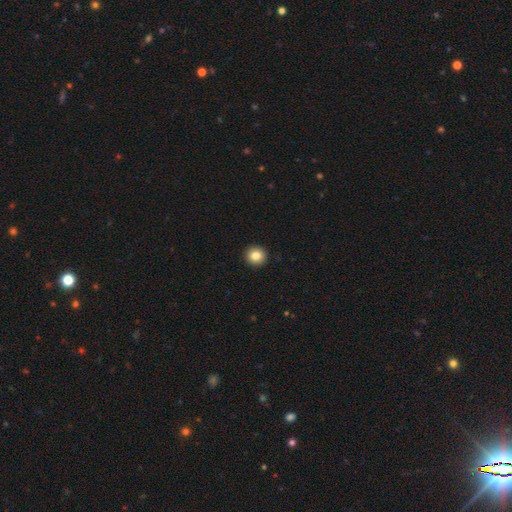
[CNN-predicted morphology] Smooth or featured?
  - smooth: 83% *
  - star or artifact: 10%
  - featured or disk: 7%
How rounded?
  - round: 93% *
  - in between: 6%
  - cigar-shaped: 1%
Merging?
  - none: 94% *
  - minor disturbance: 4%
  - major disturbance: 1%
  - merger: 1%